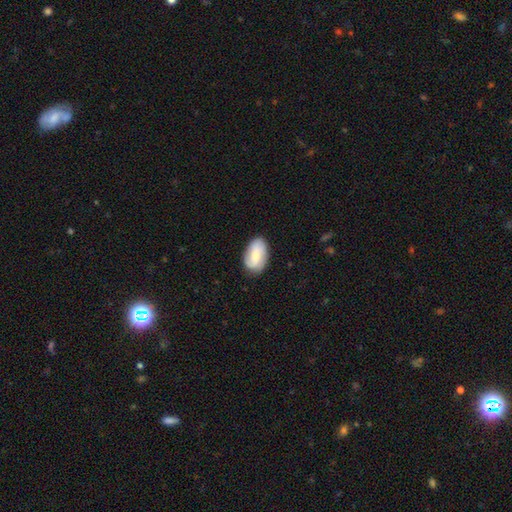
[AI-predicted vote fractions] smooth-or-featured: smooth: 57% | featured or disk: 37% | star or artifact: 7%
  how-rounded: in between: 90% | round: 8% | cigar-shaped: 2%
  merging: none: 80% | minor disturbance: 15% | major disturbance: 3% | merger: 1%